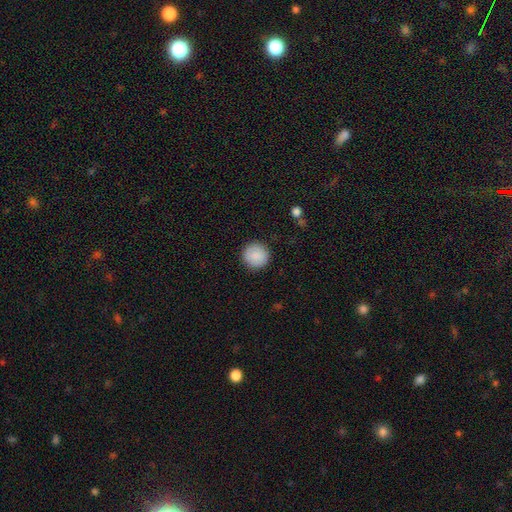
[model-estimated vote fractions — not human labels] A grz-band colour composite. It shows a smooth galaxy with no disk features (88%) that is round (95%). Merging: none (91%).